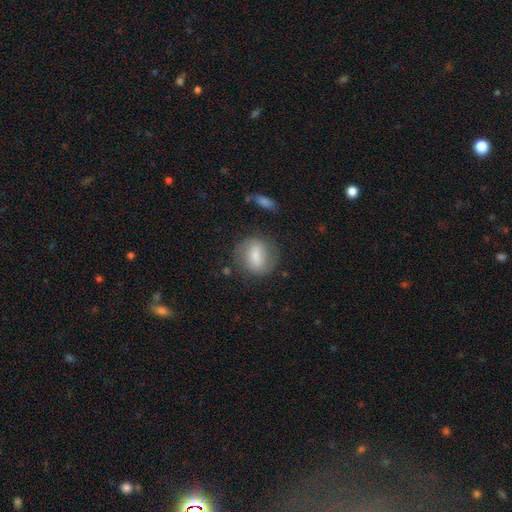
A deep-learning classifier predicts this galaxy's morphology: A smooth galaxy with no disk features (61%) that is round (64%). Merging: none (73%).